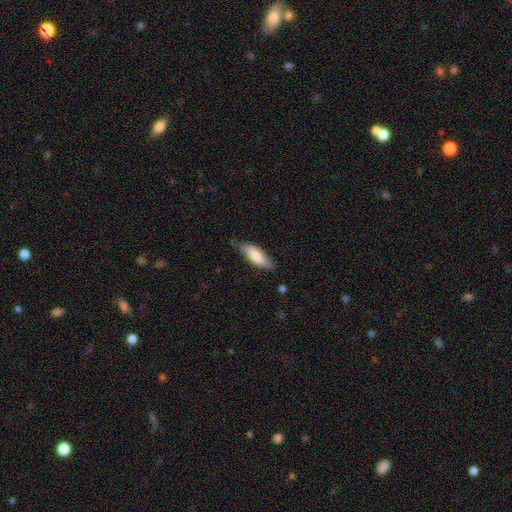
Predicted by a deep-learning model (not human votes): Smooth or featured? Predicted: smooth (p=0.78). How rounded? Predicted: in between (p=0.62). Merging? Predicted: none (p=0.73).